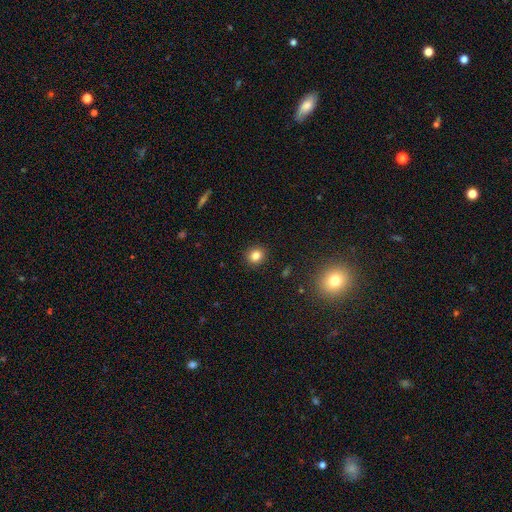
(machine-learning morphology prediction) type=smooth (82%); roundness=round (82%); merging=none (91%).